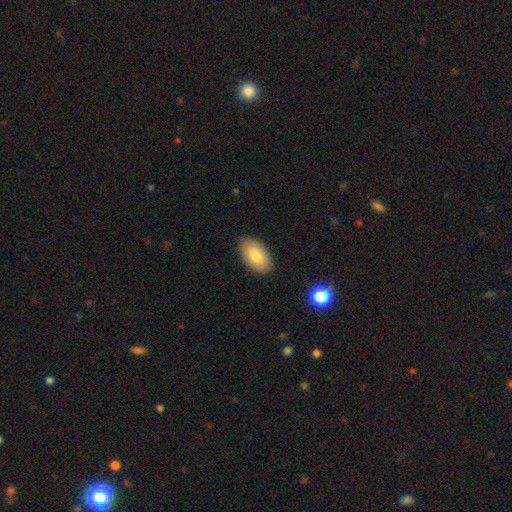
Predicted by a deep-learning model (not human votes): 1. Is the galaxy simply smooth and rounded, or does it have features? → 80% smooth, 13% featured or disk, 7% star or artifact.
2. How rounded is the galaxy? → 94% in between, 4% round, 1% cigar-shaped.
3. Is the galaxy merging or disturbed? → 88% none, 9% minor disturbance, 2% major disturbance, 1% merger.